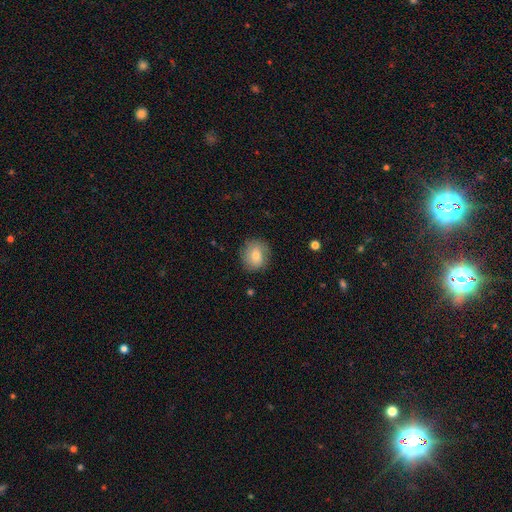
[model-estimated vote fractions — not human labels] Q: Smooth or featured?
A: smooth (72%); runner-up: featured or disk (19%)
Q: How rounded?
A: round (84%); runner-up: in between (15%)
Q: Merging?
A: none (83%); runner-up: minor disturbance (12%)